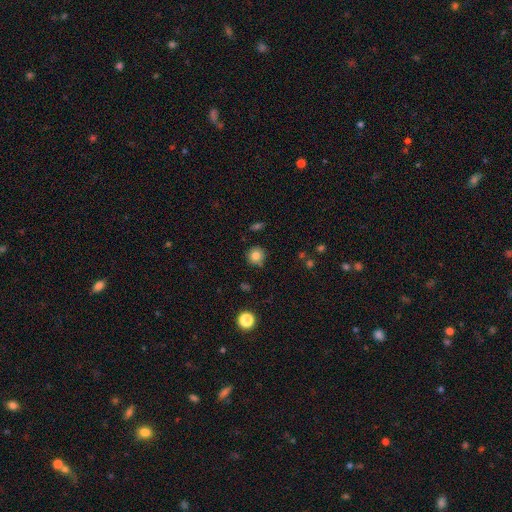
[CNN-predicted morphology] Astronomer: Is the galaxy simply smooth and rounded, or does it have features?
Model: smooth — 81%.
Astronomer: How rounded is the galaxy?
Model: round — 93%.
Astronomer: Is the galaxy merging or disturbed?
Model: none — 85%.